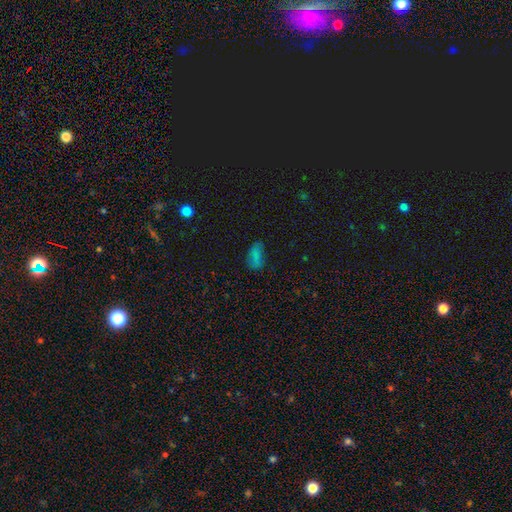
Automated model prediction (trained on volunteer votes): Q: Smooth or featured?
A: smooth (63%); runner-up: star or artifact (25%)
Q: How rounded?
A: in between (87%); runner-up: cigar-shaped (7%)
Q: Merging?
A: none (66%); runner-up: minor disturbance (22%)